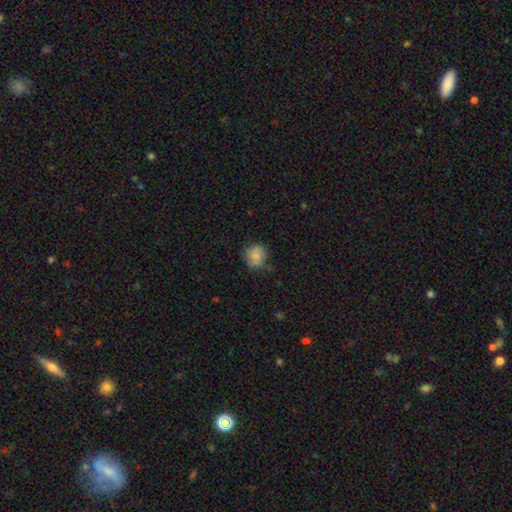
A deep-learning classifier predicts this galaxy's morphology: Smooth or featured: smooth — 83% (featured or disk — 9%)
How rounded: round — 83% (in between — 16%)
Merging: none — 74% (minor disturbance — 20%)